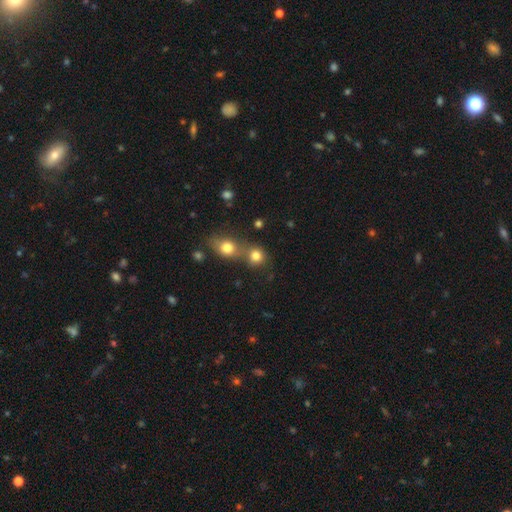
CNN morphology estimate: type=smooth (80%); roundness=round (83%); merging=merger (45%).